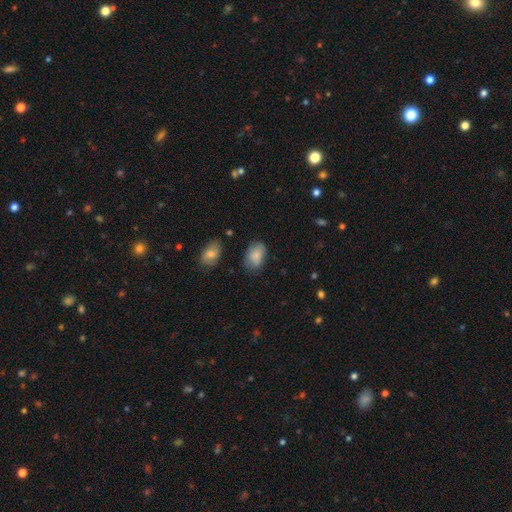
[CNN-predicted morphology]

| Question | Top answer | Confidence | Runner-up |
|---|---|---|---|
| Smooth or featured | smooth | 84% | featured or disk (9%) |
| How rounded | in between | 89% | round (9%) |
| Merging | none | 70% | minor disturbance (23%) |